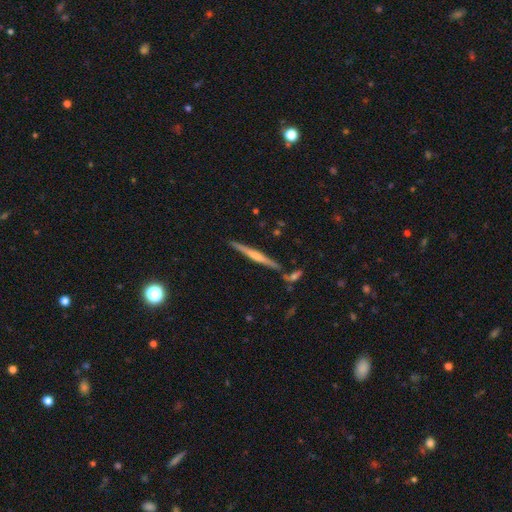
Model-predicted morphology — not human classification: type=featured or disk (60%); edge-on=yes (97%); edge-on bulge=rounded (43%); merging=none (84%).